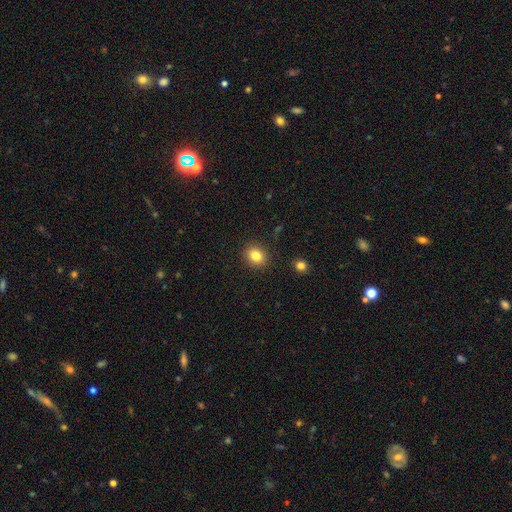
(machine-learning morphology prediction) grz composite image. It shows a smooth galaxy with no disk features (83%) that is round (65%). Merging: none (89%).